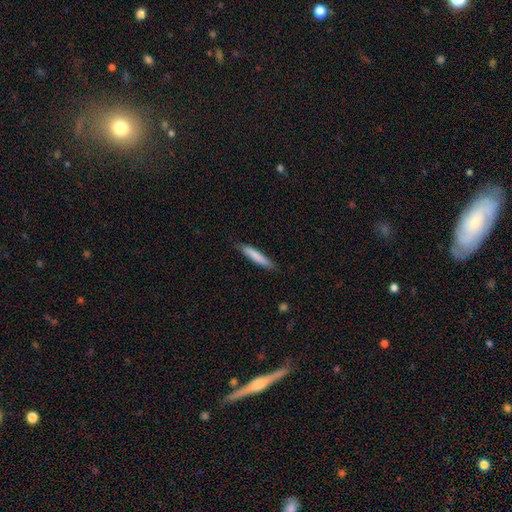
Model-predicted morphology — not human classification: Smooth or featured? Predicted: smooth (p=0.81). How rounded? Predicted: cigar-shaped (p=0.91). Merging? Predicted: none (p=0.86).